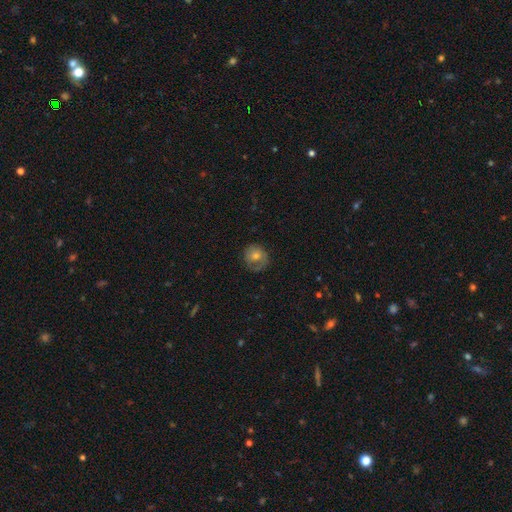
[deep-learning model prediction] The model was most divided on "smooth or featured": smooth: 54%, featured or disk: 36%, star or artifact: 10%. More confident: how rounded — round (83%); merging — none (71%).